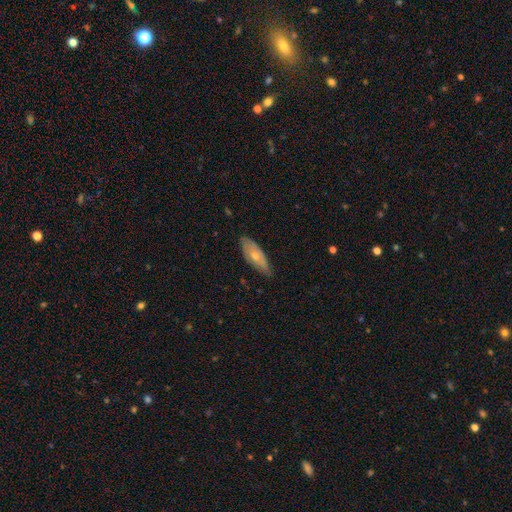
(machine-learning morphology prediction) Smooth or featured?
  - smooth: 53% *
  - featured or disk: 41%
  - star or artifact: 6%
How rounded?
  - in between: 74% *
  - cigar-shaped: 23%
  - round: 3%
Merging?
  - none: 70% *
  - minor disturbance: 25%
  - major disturbance: 4%
  - merger: 1%